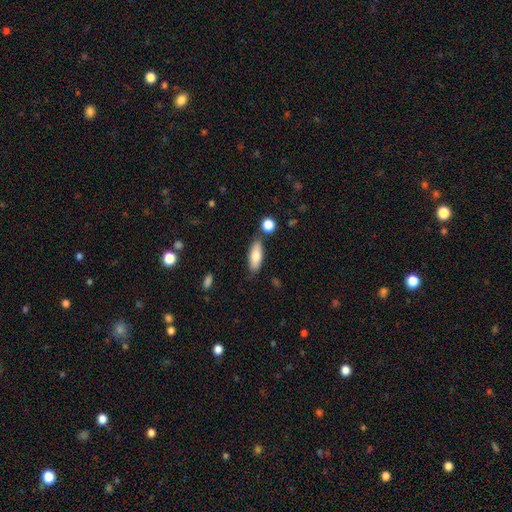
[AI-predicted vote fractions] This is likely a smooth galaxy (76%). How rounded: likely in between (71%). Merging: likely none (77%).